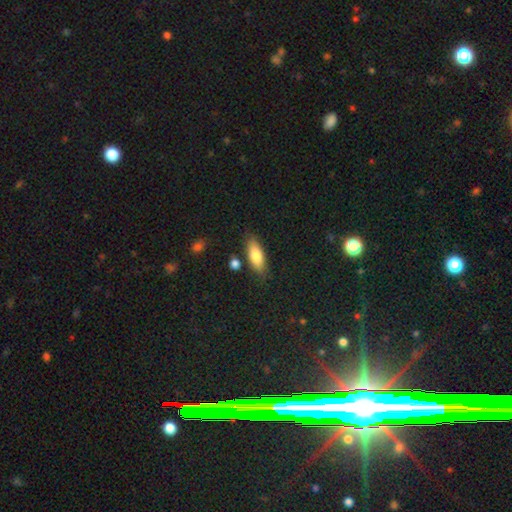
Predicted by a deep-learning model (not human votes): Overall: smooth (80%). How rounded: in between (70%). Merging: none (79%).